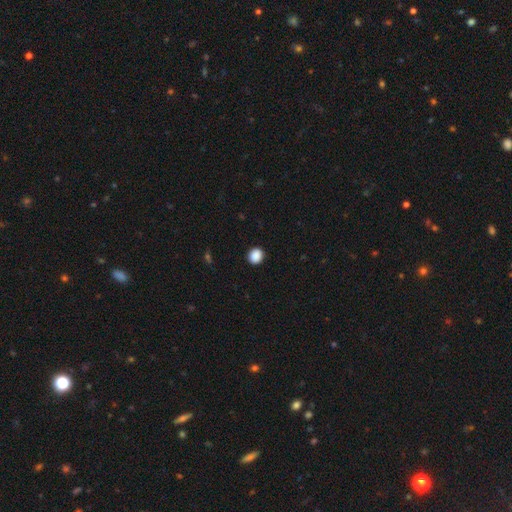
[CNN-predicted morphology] Q: Smooth or featured?
A: smooth (89%); runner-up: star or artifact (9%)
Q: How rounded?
A: round (77%); runner-up: in between (22%)
Q: Merging?
A: none (91%); runner-up: minor disturbance (6%)